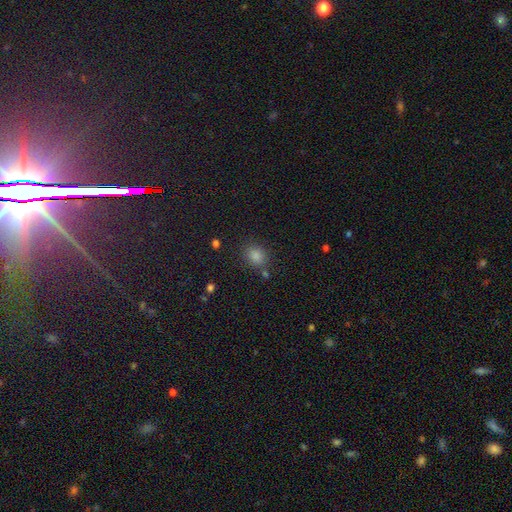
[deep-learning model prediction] This appears to be a smooth galaxy with no disk features (76%) that is round (66%). Merging: none (80%).